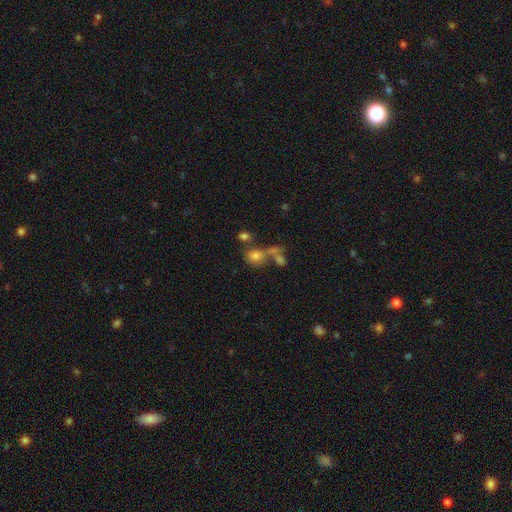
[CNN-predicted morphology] A smooth galaxy with no disk features (72%) that is round (71%). Merging: none (46%).